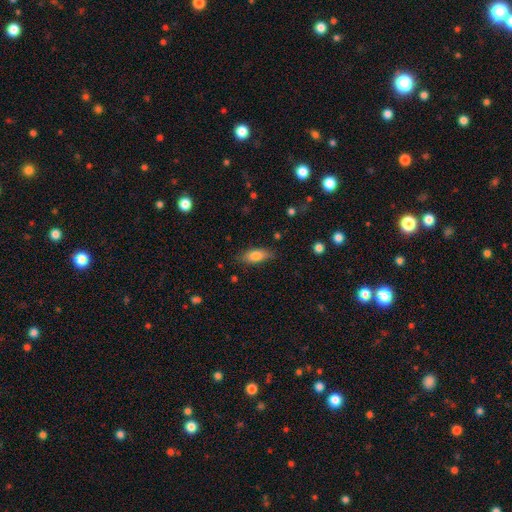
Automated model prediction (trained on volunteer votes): Morphology: type=smooth (80%); roundness=in between (79%); merging=none (74%).